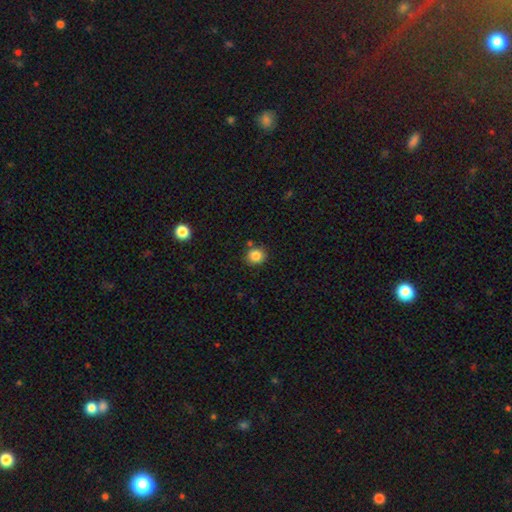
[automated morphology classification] Q: Smooth or featured?
A: smooth (84%); runner-up: star or artifact (11%)
Q: How rounded?
A: round (83%); runner-up: in between (16%)
Q: Merging?
A: none (82%); runner-up: minor disturbance (10%)